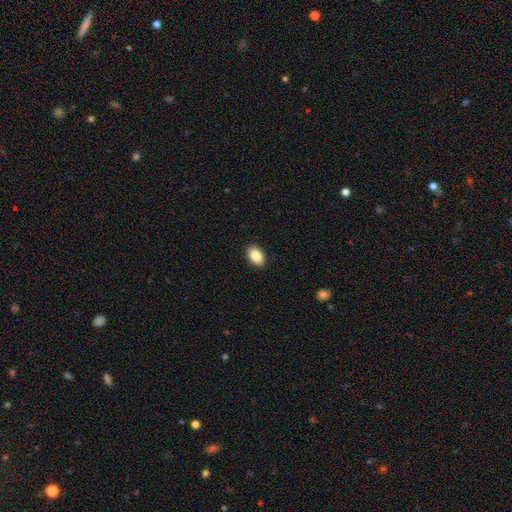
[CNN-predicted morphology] This appears to be a smooth galaxy with no disk features (86%) that is in between round and cigar-shaped (88%). Merging: none (91%).